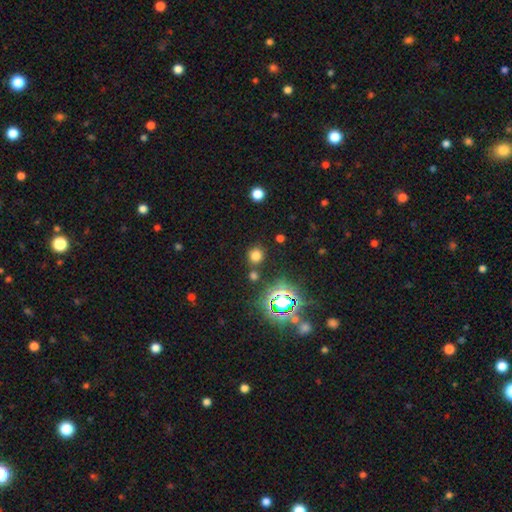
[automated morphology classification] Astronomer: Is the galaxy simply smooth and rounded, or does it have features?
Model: smooth — 70%.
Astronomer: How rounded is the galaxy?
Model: round — 86%.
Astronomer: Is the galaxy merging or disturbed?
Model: none — 80%.